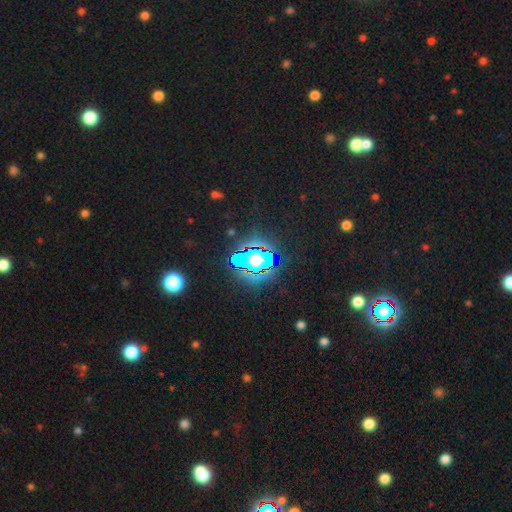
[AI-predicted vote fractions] Q: Smooth or featured?
A: star or artifact (83%); runner-up: smooth (10%)